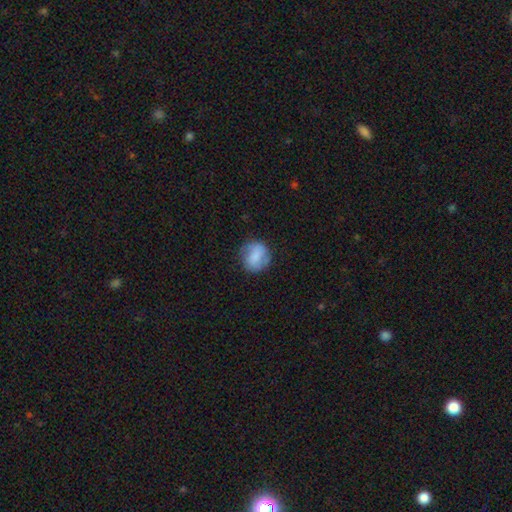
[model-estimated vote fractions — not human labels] A smooth galaxy with no disk features (74%) that is round (79%). Merging: none (71%).